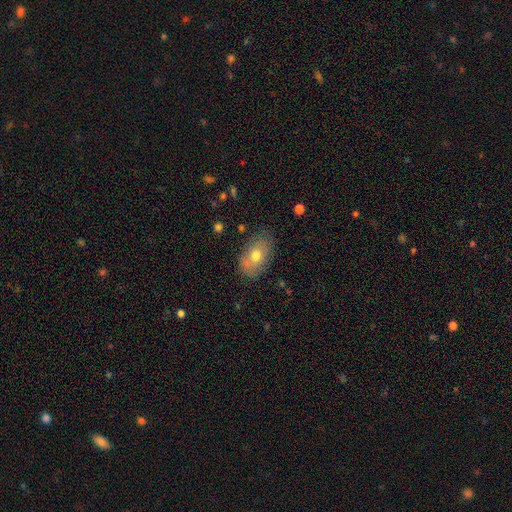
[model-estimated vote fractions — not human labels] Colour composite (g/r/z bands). It shows a smooth galaxy with no disk features (68%) that is in between round and cigar-shaped (88%). Merging: none (74%).